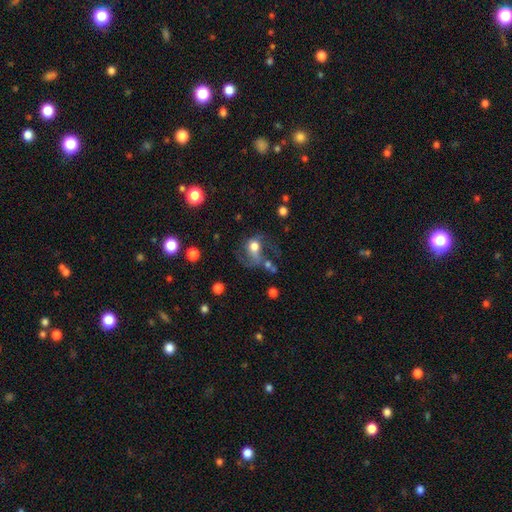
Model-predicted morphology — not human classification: Smooth or featured?
  - smooth: 39% *
  - featured or disk: 30%
  - star or artifact: 30%
Merging?
  - none: 45% *
  - merger: 20%
  - major disturbance: 19%
  - minor disturbance: 16%